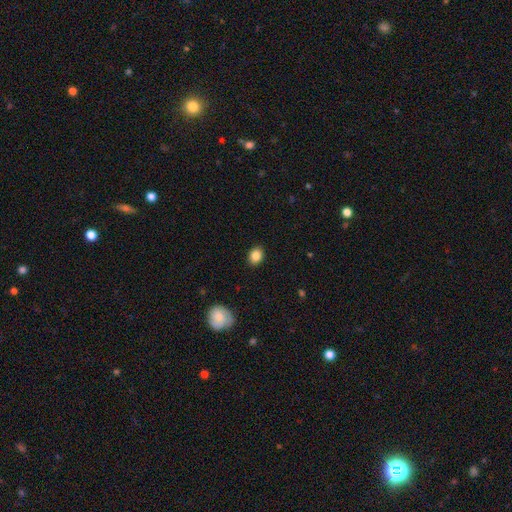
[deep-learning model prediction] Smooth or featured?
  - smooth: 85% *
  - star or artifact: 9%
  - featured or disk: 6%
How rounded?
  - in between: 53% *
  - round: 46%
  - cigar-shaped: 1%
Merging?
  - none: 90% *
  - minor disturbance: 8%
  - major disturbance: 2%
  - merger: 1%